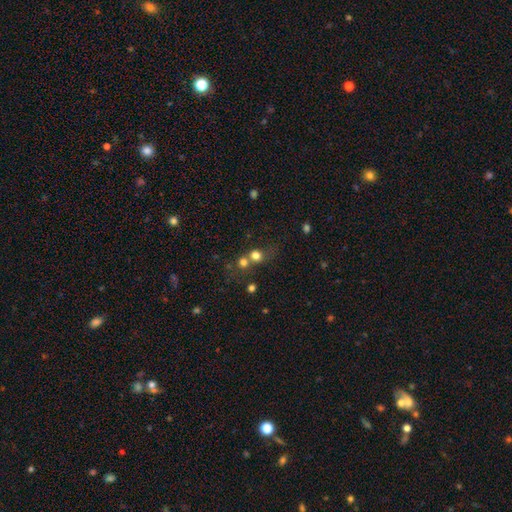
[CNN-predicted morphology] This is likely a smooth galaxy (73%). How rounded: clearly round (82%). Merging: marginally merger (44%).